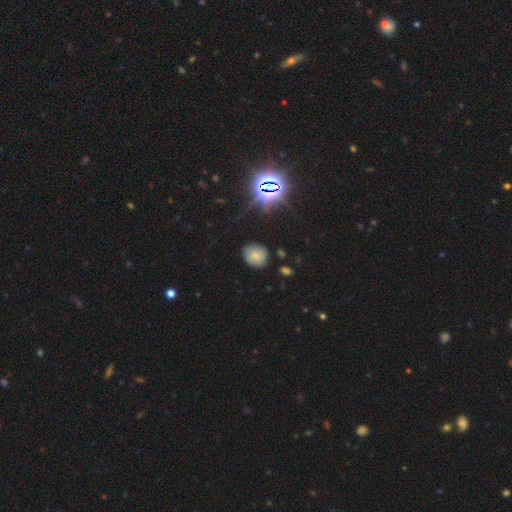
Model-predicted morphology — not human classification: Smooth or featured? Predicted: smooth (p=0.71). How rounded? Predicted: round (p=0.73). Merging? Predicted: none (p=0.80).